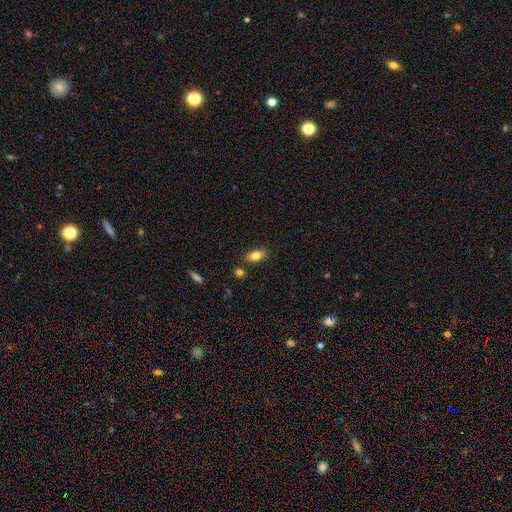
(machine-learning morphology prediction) type=smooth (80%); roundness=in between (87%); merging=none (80%).